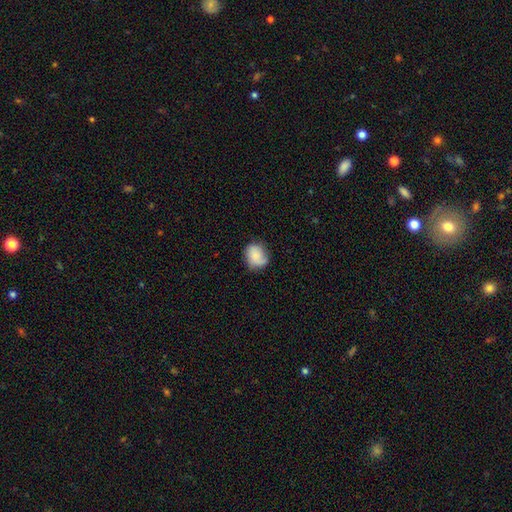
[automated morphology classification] This is likely a smooth galaxy (74%). How rounded: likely round (66%). Merging: likely none (65%).